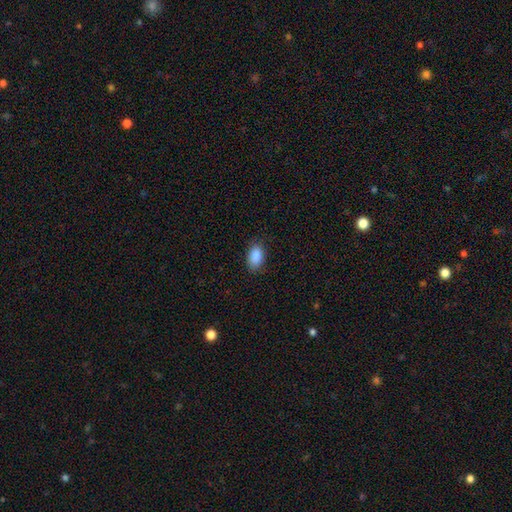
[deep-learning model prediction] Smooth or featured? smooth (89%)
How rounded? in between (91%)
Merging? none (84%)